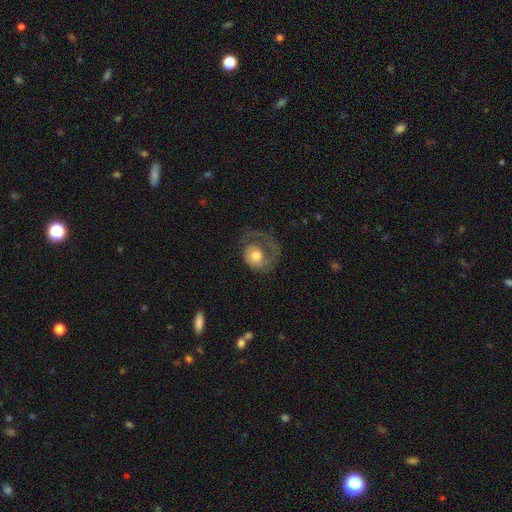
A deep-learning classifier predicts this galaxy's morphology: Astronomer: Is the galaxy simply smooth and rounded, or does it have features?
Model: featured or disk — 53% (runner-up: smooth, 40%).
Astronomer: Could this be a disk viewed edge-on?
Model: no — 97%.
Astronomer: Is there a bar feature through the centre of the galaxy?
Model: no — 82%.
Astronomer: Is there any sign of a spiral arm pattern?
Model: yes — 66%.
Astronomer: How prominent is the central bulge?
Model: moderate — 56%.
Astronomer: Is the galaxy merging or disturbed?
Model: major disturbance — 48% (runner-up: none, 31%).